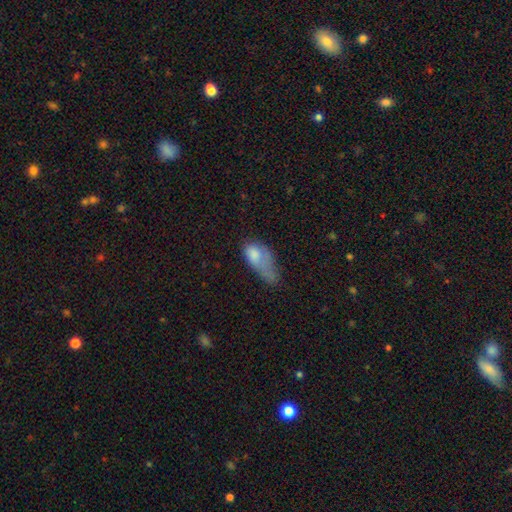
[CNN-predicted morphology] A smooth galaxy with no disk features (71%) that is in between round and cigar-shaped (85%).

Vote fractions:
- Smooth or featured? smooth: 71% / featured or disk: 20% / star or artifact: 9%
- How rounded? in between: 85% / cigar-shaped: 8% / round: 7%
- Merging? major disturbance: 49% / minor disturbance: 27% / none: 16% / merger: 8%